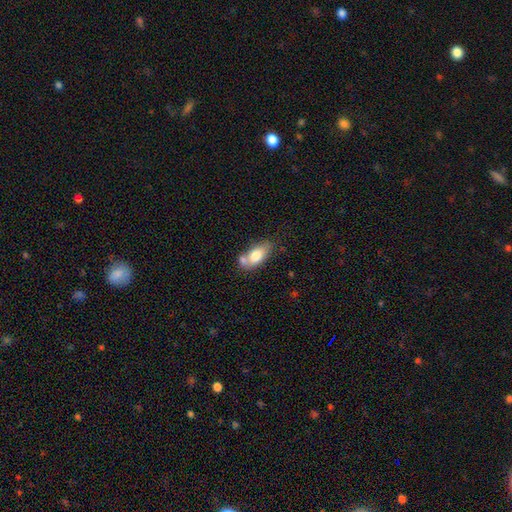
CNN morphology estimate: This is likely a smooth galaxy (74%). How rounded: clearly in between (86%). Merging: marginally none (43%).